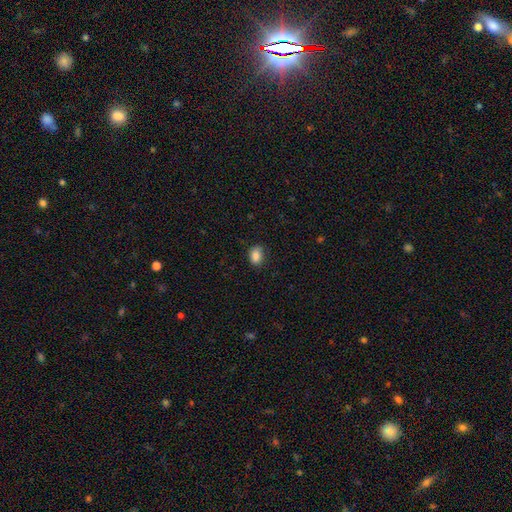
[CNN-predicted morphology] smooth_or_featured: smooth (p=0.87) [alt: star or artifact p=0.09]
how_rounded: in between (p=0.77) [alt: round p=0.21]
merging: none (p=0.82) [alt: minor disturbance p=0.14]